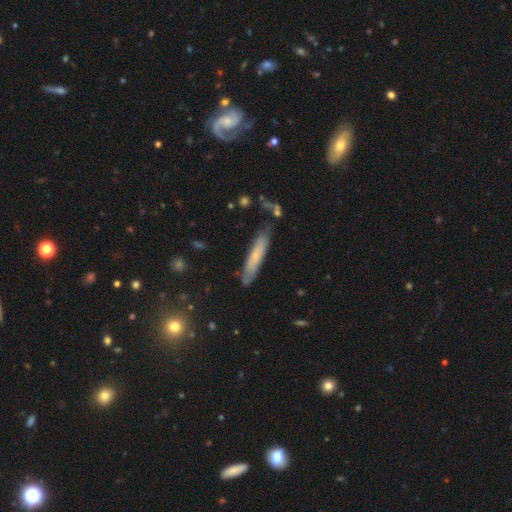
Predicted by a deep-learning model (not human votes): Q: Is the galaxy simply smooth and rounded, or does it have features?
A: smooth — 58%.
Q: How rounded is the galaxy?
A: cigar-shaped — 89%.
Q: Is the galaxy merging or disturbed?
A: none — 76%.